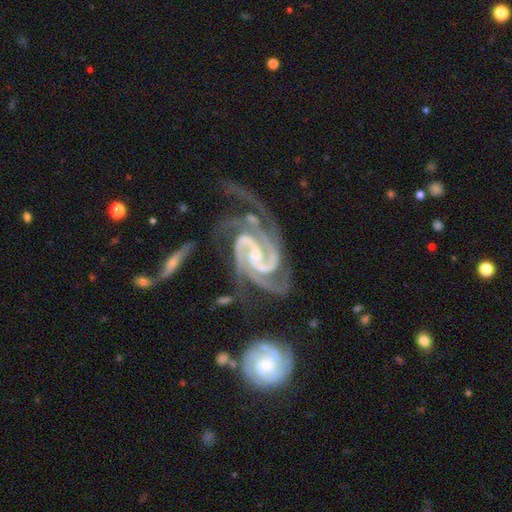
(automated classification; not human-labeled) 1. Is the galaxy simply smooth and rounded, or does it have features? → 94% featured or disk, 4% star or artifact, 2% smooth.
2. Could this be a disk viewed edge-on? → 98% no, 2% yes.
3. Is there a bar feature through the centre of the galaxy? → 43% weak, 29% strong, 28% no.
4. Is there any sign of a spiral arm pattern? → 99% yes, 1% no.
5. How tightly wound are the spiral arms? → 47% medium, 45% tight, 8% loose.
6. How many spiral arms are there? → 56% 2, 25% 3, 6% can't tell, 5% 4, 4% 1, 4% more than 4.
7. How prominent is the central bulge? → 56% small, 29% moderate, 11% none, 3% large, 1% dominant.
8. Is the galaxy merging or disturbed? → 34% none, 26% major disturbance, 22% minor disturbance, 18% merger.